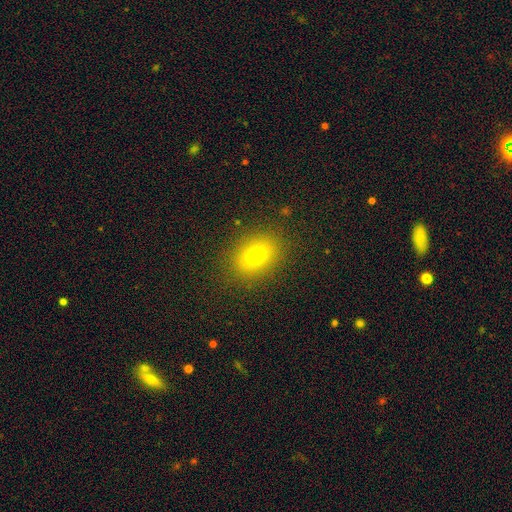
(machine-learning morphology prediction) Q: Smooth or featured?
A: smooth (73%); runner-up: star or artifact (14%)
Q: How rounded?
A: in between (63%); runner-up: round (35%)
Q: Merging?
A: none (86%); runner-up: minor disturbance (9%)